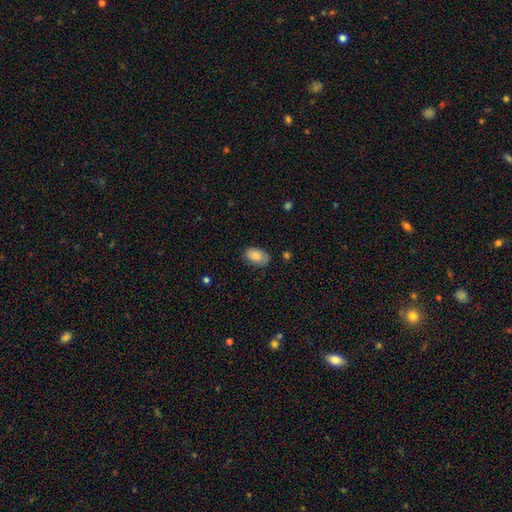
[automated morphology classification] Q: Smooth or featured?
A: smooth (84%); runner-up: featured or disk (9%)
Q: How rounded?
A: in between (92%); runner-up: round (7%)
Q: Merging?
A: none (74%); runner-up: minor disturbance (20%)